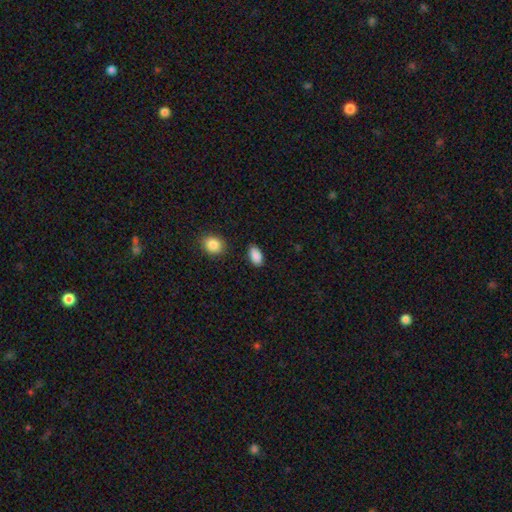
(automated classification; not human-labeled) Overall: smooth (89%). How rounded: in between (92%). Merging: none (84%).